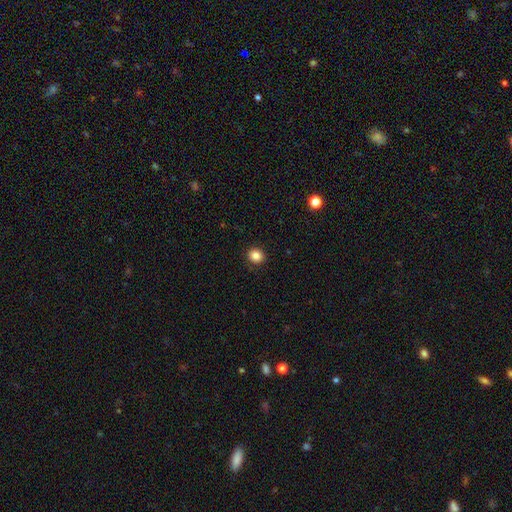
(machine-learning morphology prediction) Smooth or featured? Predicted: smooth (p=0.85). How rounded? Predicted: round (p=0.81). Merging? Predicted: none (p=0.91).